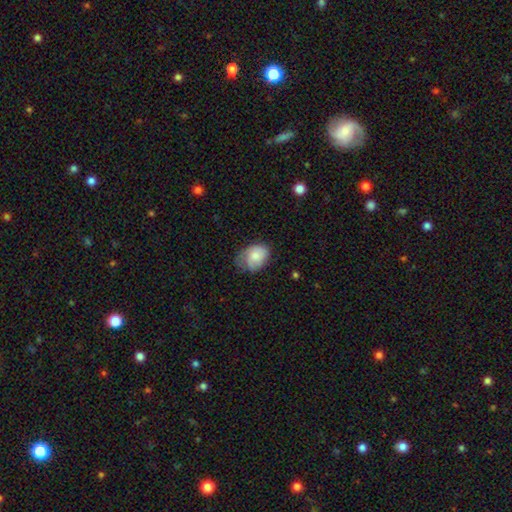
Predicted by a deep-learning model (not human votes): Smooth or featured: smooth — 66% (featured or disk — 27%)
How rounded: in between — 71% (round — 28%)
Merging: none — 47% (minor disturbance — 37%)